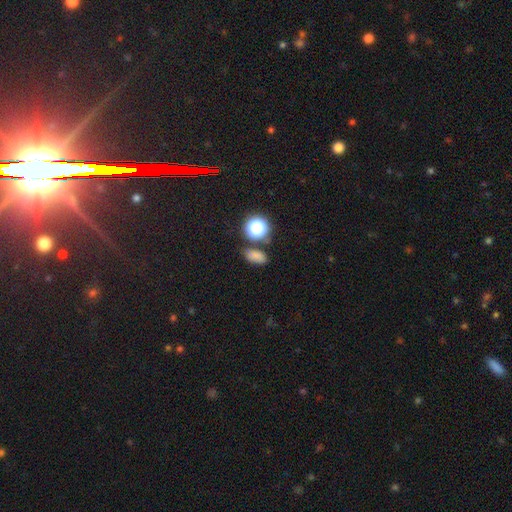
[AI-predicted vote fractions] A smooth galaxy with no disk features (73%) that is in between round and cigar-shaped (75%). Merging: none (69%).